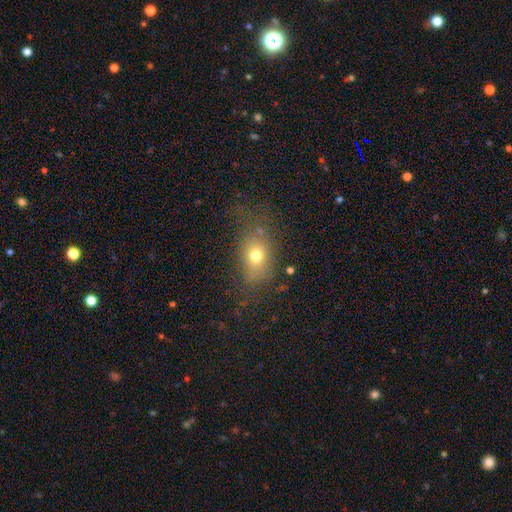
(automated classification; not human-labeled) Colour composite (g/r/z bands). It shows a smooth galaxy with no disk features (71%) that is in between round and cigar-shaped (70%). Merging: none (64%).